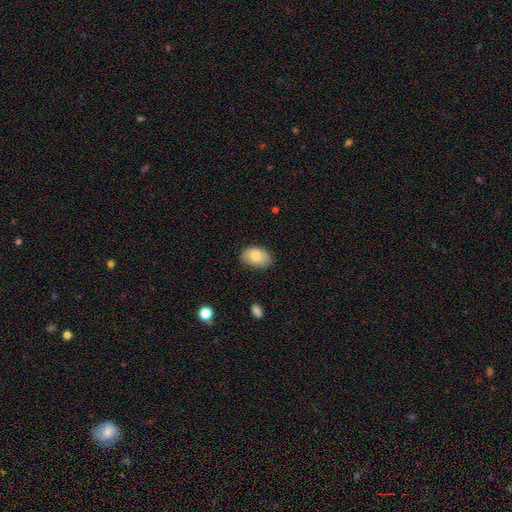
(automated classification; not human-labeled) A smooth galaxy with no disk features (79%) that is in between round and cigar-shaped (86%). Merging: none (67%).